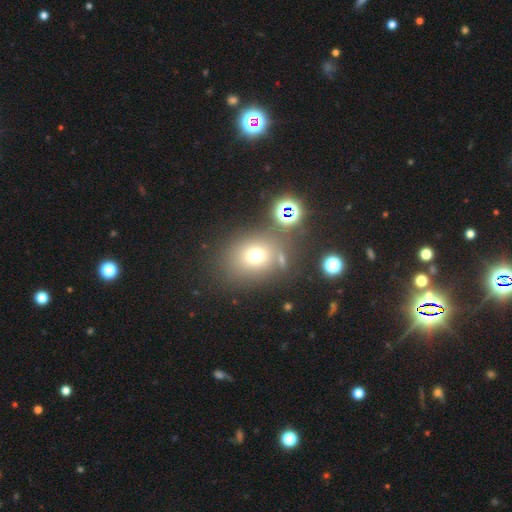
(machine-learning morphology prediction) This is likely a smooth galaxy (68%). How rounded: likely round (63%). Merging: likely none (68%).